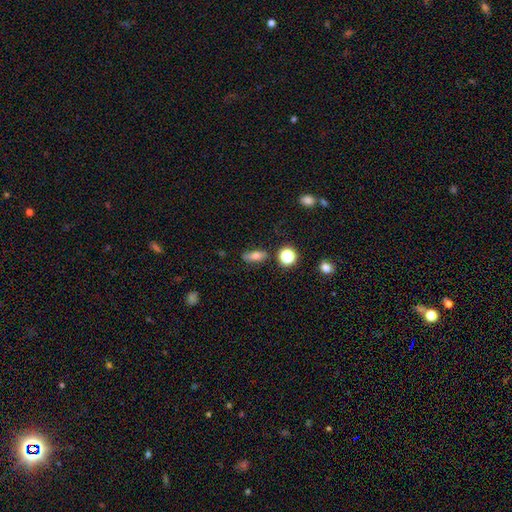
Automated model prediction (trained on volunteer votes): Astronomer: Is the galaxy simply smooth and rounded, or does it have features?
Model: smooth — 70%.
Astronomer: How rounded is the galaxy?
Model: in between — 64%.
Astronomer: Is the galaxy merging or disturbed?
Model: none — 79%.